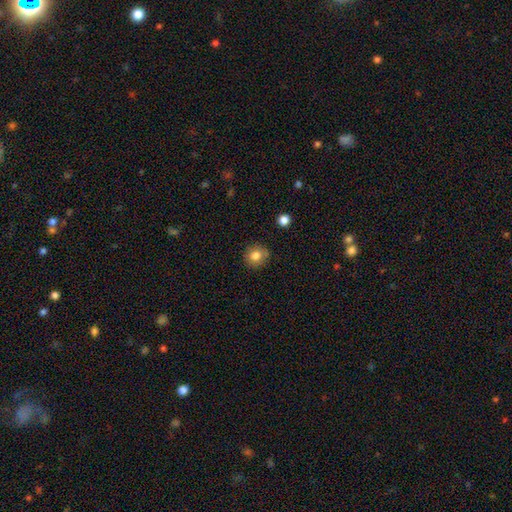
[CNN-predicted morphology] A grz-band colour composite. It shows a smooth galaxy with no disk features (81%) that is round (86%). Merging: none (86%).